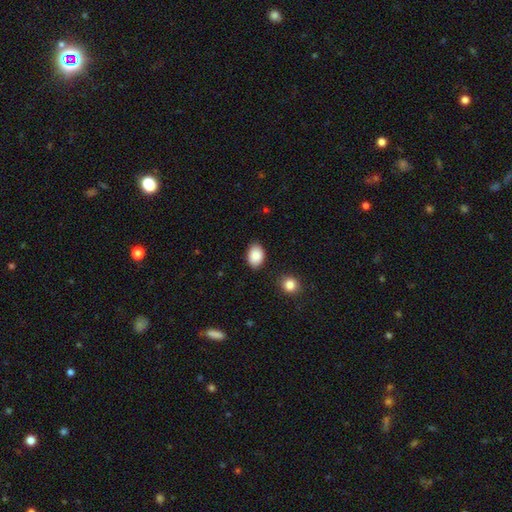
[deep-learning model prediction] Smooth or featured? smooth (89%)
How rounded? in between (81%)
Merging? none (84%)